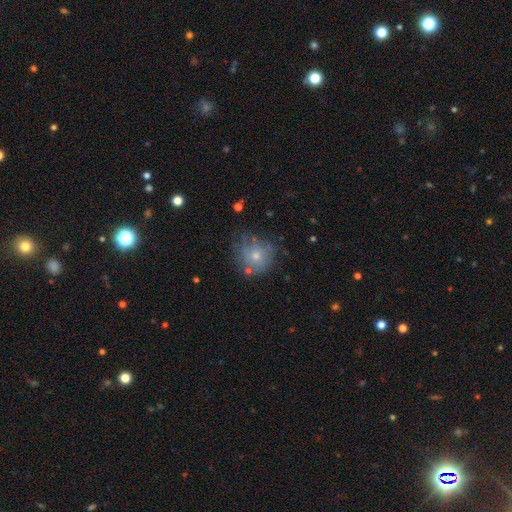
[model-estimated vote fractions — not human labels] Smooth or featured: smooth — 51% (featured or disk — 34%)
How rounded: round — 87% (in between — 12%)
Merging: none — 63% (minor disturbance — 23%)